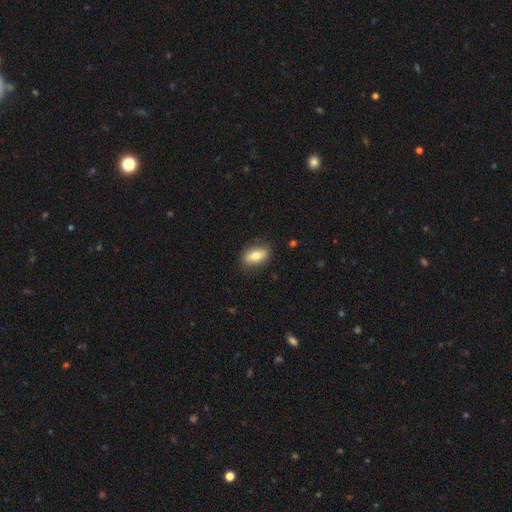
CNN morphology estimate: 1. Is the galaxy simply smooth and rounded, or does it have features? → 73% smooth, 20% featured or disk, 7% star or artifact.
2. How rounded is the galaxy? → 86% in between, 7% round, 6% cigar-shaped.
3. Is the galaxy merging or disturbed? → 80% none, 15% minor disturbance, 3% major disturbance, 1% merger.